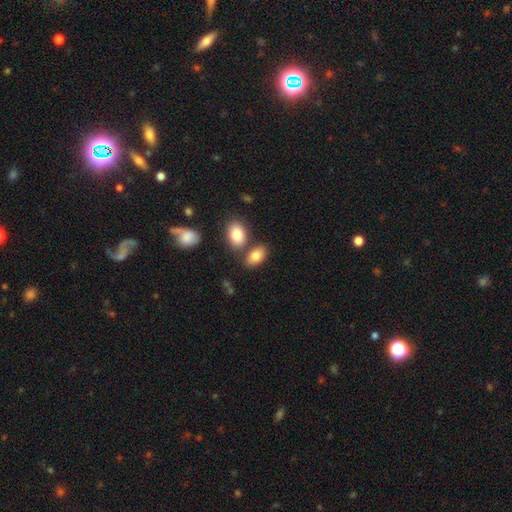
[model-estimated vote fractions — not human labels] Smooth or featured? smooth (83%)
How rounded? in between (91%)
Merging? none (65%)